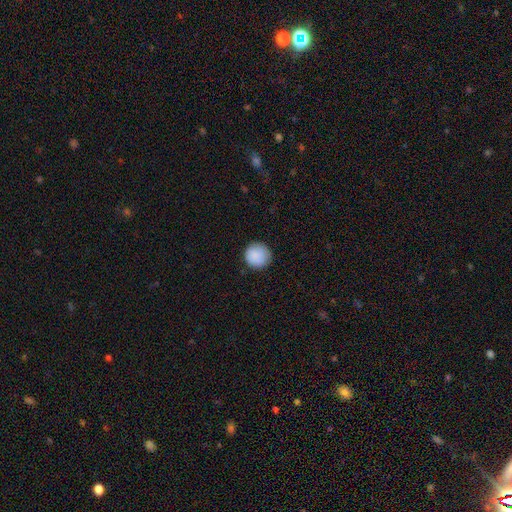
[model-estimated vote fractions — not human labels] smooth-or-featured: smooth: 89% | star or artifact: 7% | featured or disk: 4%
  how-rounded: round: 95% | in between: 4% | cigar-shaped: 1%
  merging: none: 89% | minor disturbance: 8% | major disturbance: 2% | merger: 1%